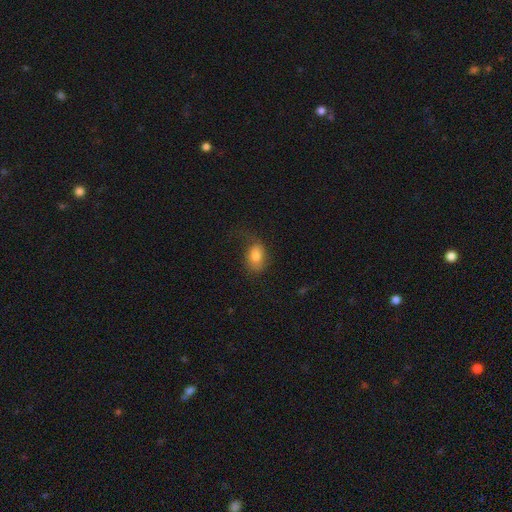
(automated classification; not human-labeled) Smooth or featured: smooth — 77% (featured or disk — 15%)
How rounded: in between — 84% (round — 14%)
Merging: none — 50% (minor disturbance — 27%)